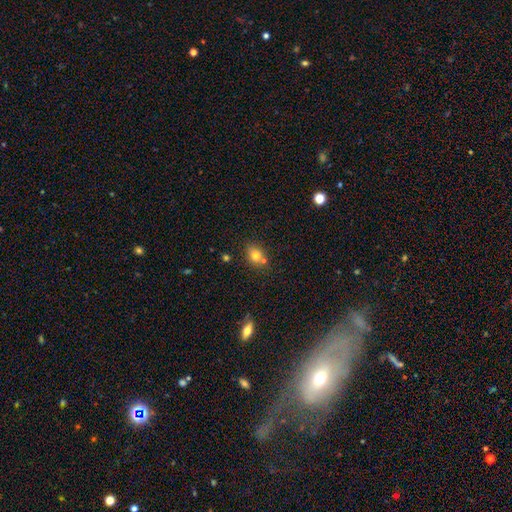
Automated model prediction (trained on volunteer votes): This appears to be a smooth galaxy with no disk features (75%) that is round (55%). Merging: none (66%).